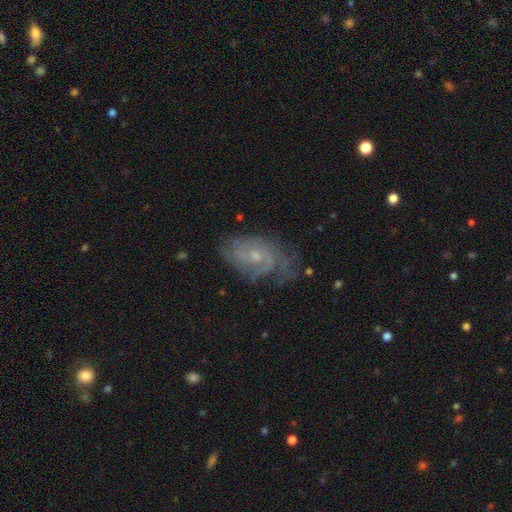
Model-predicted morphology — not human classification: Smooth or featured? featured or disk (78%)
Edge-on disk? no (96%)
Bar? no (67%)
Spiral arms? yes (93%)
Spiral winding? tight (52%)
Spiral arm count? can't tell (34%)
Bulge size? small (66%)
Merging? none (66%)